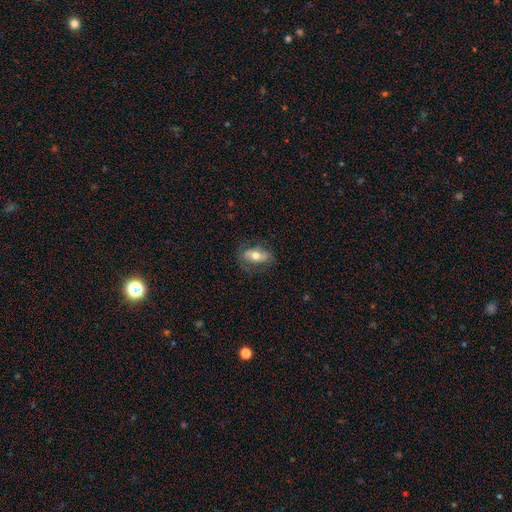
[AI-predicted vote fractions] This appears to be a smooth galaxy with no disk features (57%) that is in between round and cigar-shaped (84%). Merging: none (73%).